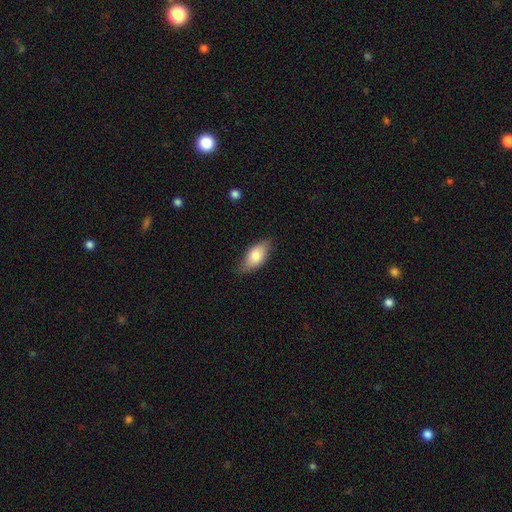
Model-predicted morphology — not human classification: Smooth or featured: smooth — 77% (featured or disk — 17%)
How rounded: in between — 89% (cigar-shaped — 7%)
Merging: none — 76% (minor disturbance — 20%)